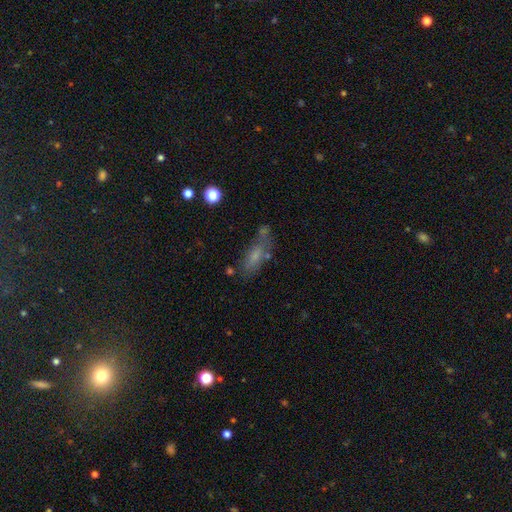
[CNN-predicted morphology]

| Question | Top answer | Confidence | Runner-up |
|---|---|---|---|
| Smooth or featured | smooth | 60% | featured or disk (28%) |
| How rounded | in between | 57% | cigar-shaped (39%) |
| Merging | none | 52% | minor disturbance (22%) |